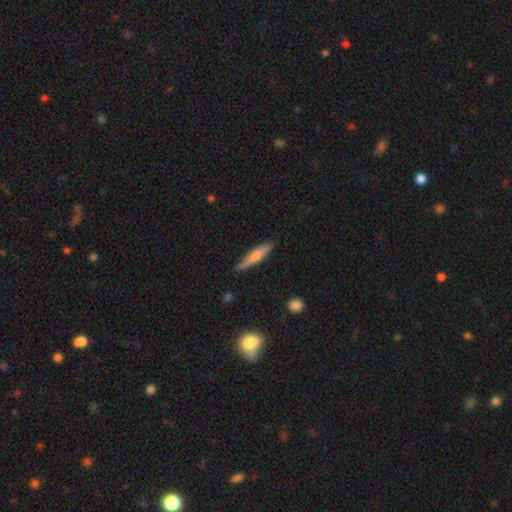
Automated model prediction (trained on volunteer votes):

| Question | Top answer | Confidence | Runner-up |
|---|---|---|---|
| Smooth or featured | smooth | 61% | featured or disk (33%) |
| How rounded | cigar-shaped | 87% | in between (11%) |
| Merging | none | 85% | minor disturbance (12%) |